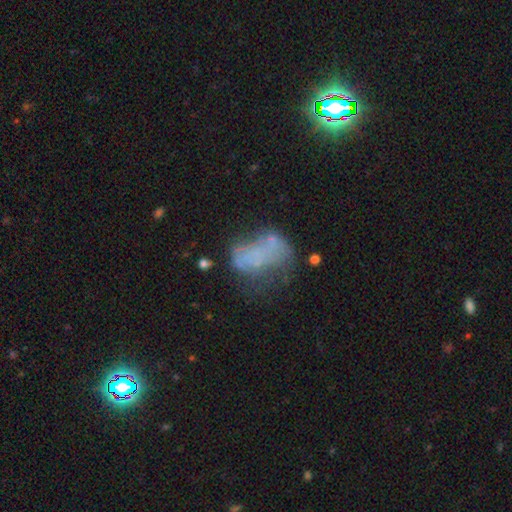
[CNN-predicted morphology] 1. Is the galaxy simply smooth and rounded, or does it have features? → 41% featured or disk, 37% smooth, 21% star or artifact.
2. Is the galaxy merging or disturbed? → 33% none, 31% major disturbance, 23% minor disturbance, 13% merger.